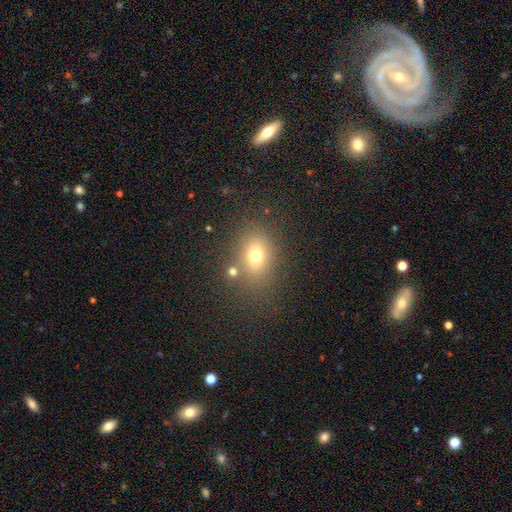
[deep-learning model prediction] Smooth or featured: smooth — 70% (star or artifact — 17%)
How rounded: in between — 59% (round — 39%)
Merging: none — 73% (minor disturbance — 13%)